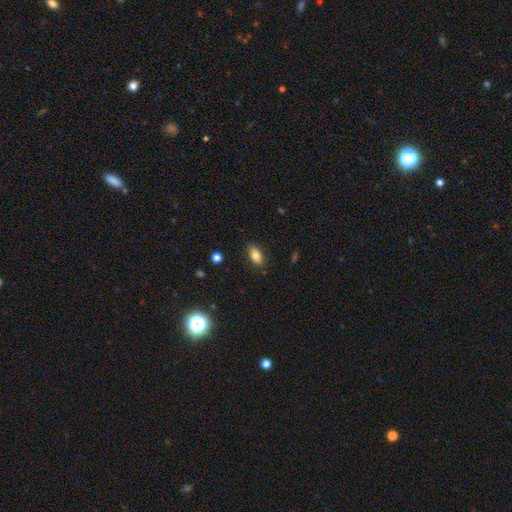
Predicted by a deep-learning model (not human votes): The model was most divided on "smooth or featured": smooth: 81%, featured or disk: 10%, star or artifact: 9%. More confident: how rounded — in between (87%); merging — none (85%).